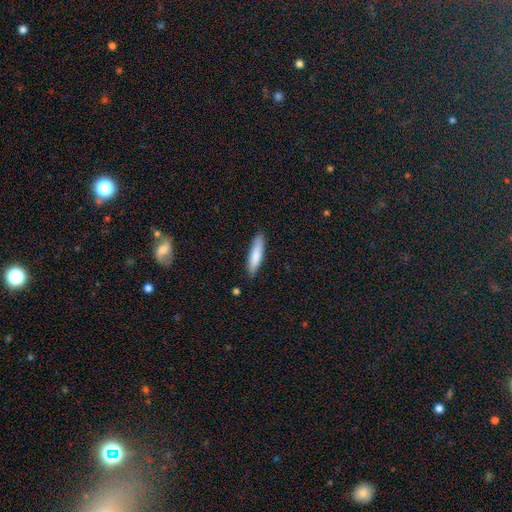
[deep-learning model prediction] Smooth or featured: smooth — 82% (featured or disk — 13%)
How rounded: cigar-shaped — 77% (in between — 22%)
Merging: none — 86% (minor disturbance — 11%)